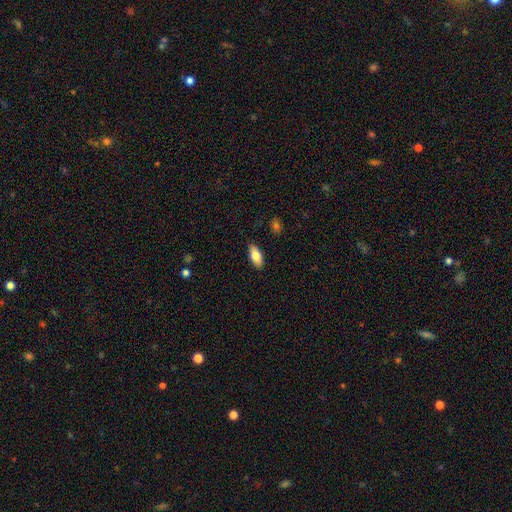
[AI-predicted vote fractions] Overall: smooth (79%). How rounded: in between (85%). Merging: none (88%).